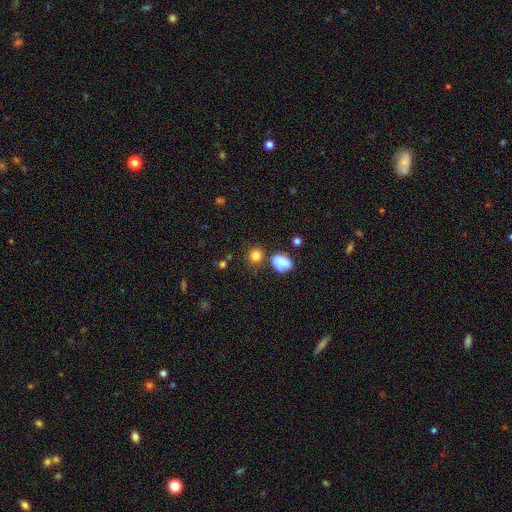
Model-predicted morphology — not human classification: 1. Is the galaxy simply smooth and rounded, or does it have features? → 83% smooth, 11% star or artifact, 6% featured or disk.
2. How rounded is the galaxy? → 76% round, 23% in between, 1% cigar-shaped.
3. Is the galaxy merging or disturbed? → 71% none, 13% minor disturbance, 12% merger, 4% major disturbance.